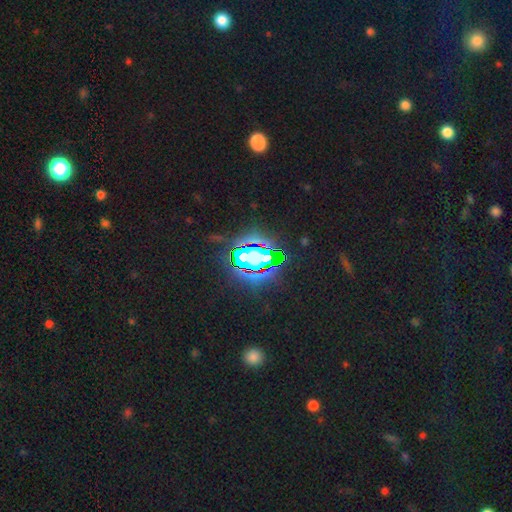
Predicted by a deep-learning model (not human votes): Smooth or featured: star or artifact — 68% (smooth — 19%)